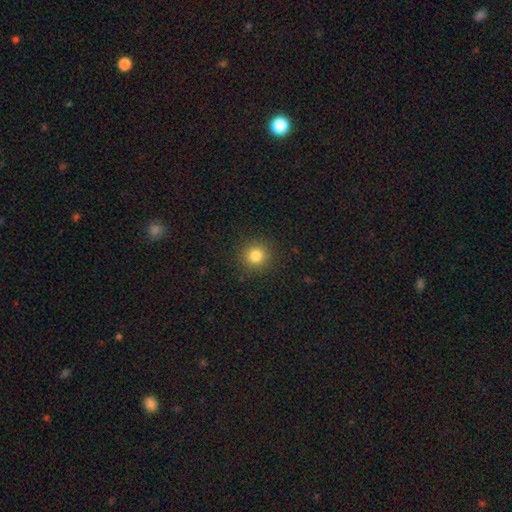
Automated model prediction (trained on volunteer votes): This appears to be a smooth galaxy with no disk features (82%) that is round (93%). Merging: none (91%).